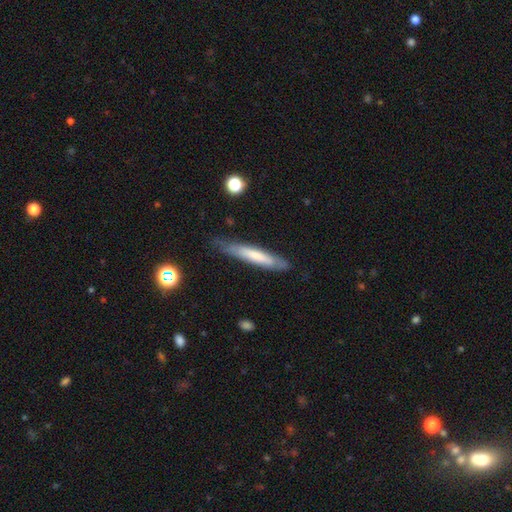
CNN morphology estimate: This appears to be a smooth galaxy with no disk features (59%) that is cigar-shaped (90%). Merging: none (72%).